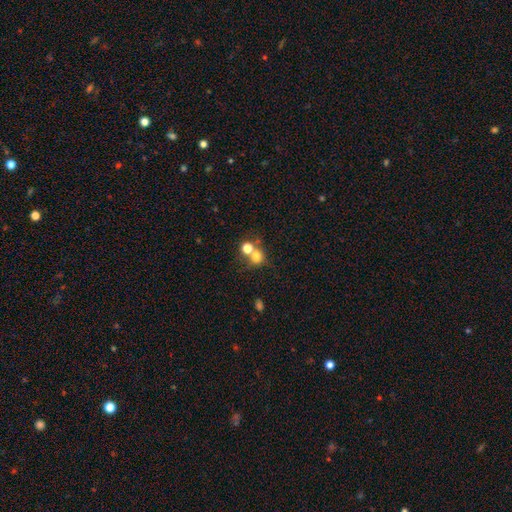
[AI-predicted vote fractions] Smooth or featured: smooth — 72% (star or artifact — 16%)
How rounded: round — 82% (in between — 17%)
Merging: none — 44% (tied with merger — 44%)